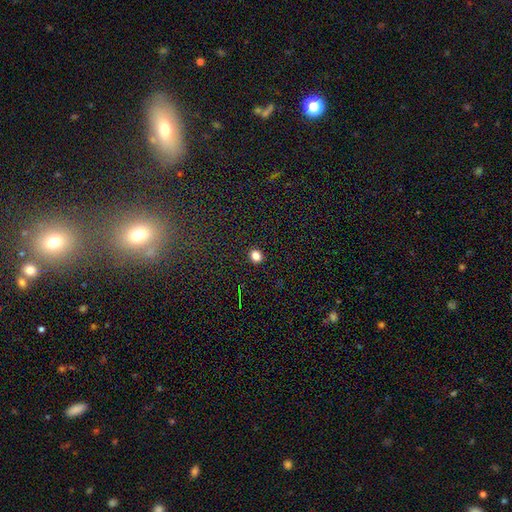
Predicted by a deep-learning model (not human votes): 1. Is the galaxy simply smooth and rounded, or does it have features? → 82% smooth, 13% star or artifact, 5% featured or disk.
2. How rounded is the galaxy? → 65% round, 34% in between, 1% cigar-shaped.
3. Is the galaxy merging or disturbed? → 91% none, 6% minor disturbance, 2% major disturbance, 1% merger.